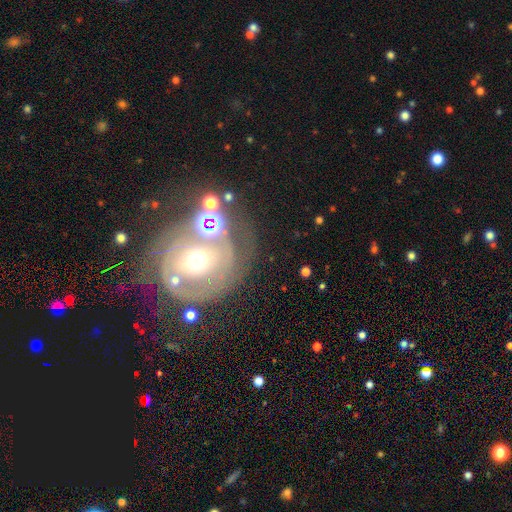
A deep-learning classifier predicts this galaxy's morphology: A featured or disk galaxy (69%) with no bar (70%), spiral arms (71%) and a moderate central bulge (60%). Merging: none (53%).